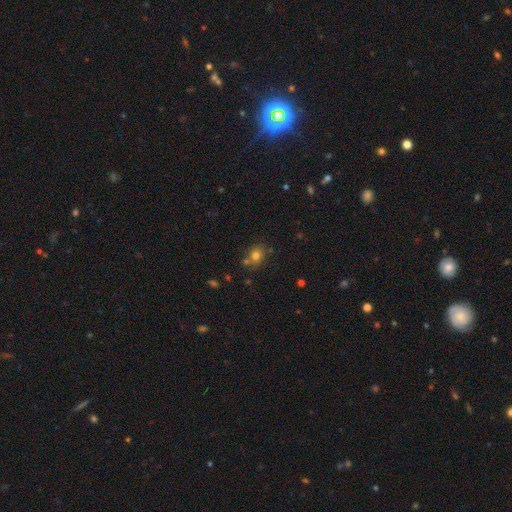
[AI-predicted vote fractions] smooth-or-featured: smooth: 74% | star or artifact: 16% | featured or disk: 10%
  how-rounded: round: 66% | in between: 33% | cigar-shaped: 1%
  merging: none: 70% | merger: 14% | minor disturbance: 13% | major disturbance: 4%